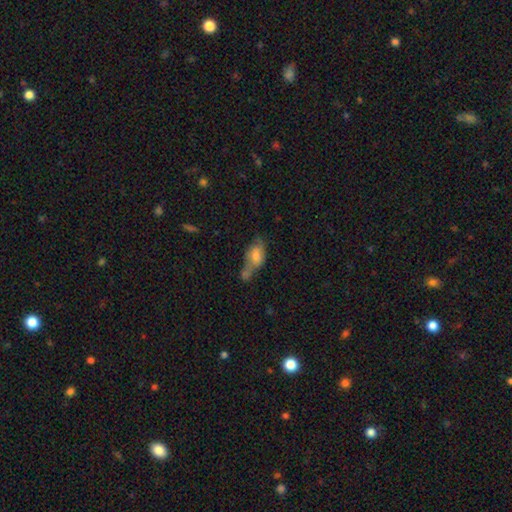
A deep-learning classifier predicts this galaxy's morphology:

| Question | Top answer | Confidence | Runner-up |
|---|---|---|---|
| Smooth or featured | smooth | 65% | featured or disk (26%) |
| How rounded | in between | 84% | cigar-shaped (9%) |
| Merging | merger | 37% | none (29%) |